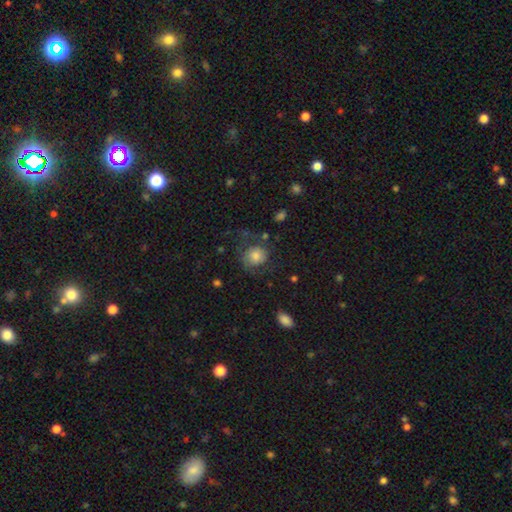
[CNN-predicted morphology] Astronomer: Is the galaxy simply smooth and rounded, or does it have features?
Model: smooth — 53% (runner-up: featured or disk, 37%).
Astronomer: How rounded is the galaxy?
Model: round — 79%.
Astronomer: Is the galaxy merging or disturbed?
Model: none — 54%.